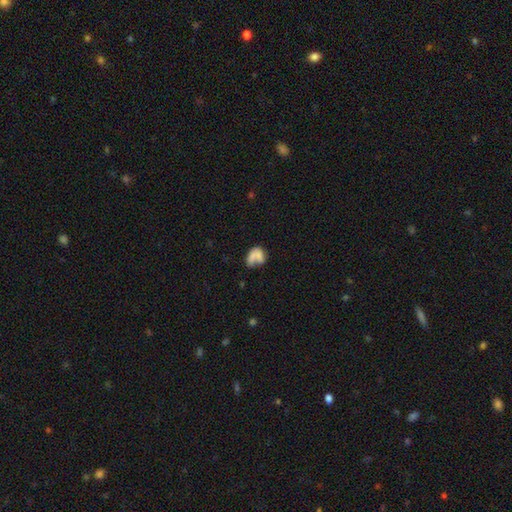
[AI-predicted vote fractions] Smooth or featured? smooth (57%)
How rounded? in between (68%)
Merging? none (31%)